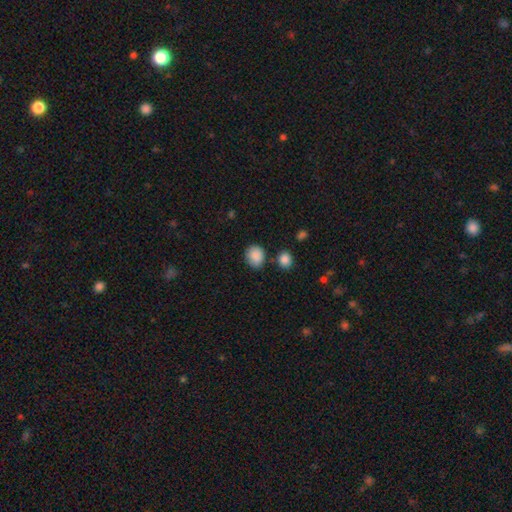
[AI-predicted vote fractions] Smooth or featured? Predicted: smooth (p=0.88). How rounded? Predicted: round (p=0.68). Merging? Predicted: none (p=0.75).